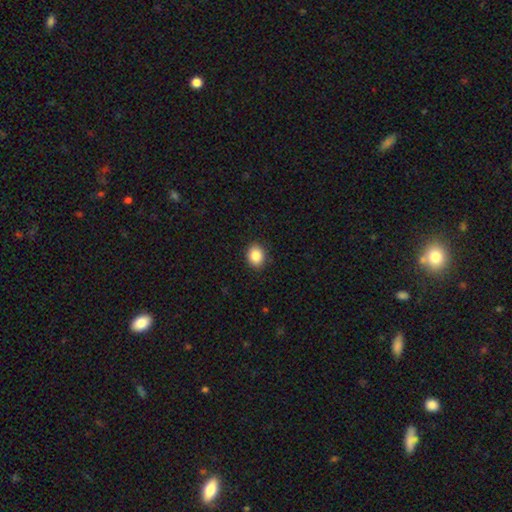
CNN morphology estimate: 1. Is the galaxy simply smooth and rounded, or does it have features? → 87% smooth, 9% star or artifact, 5% featured or disk.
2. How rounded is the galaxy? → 51% in between, 48% round, 1% cigar-shaped.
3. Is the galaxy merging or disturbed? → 89% none, 8% minor disturbance, 2% major disturbance, 1% merger.